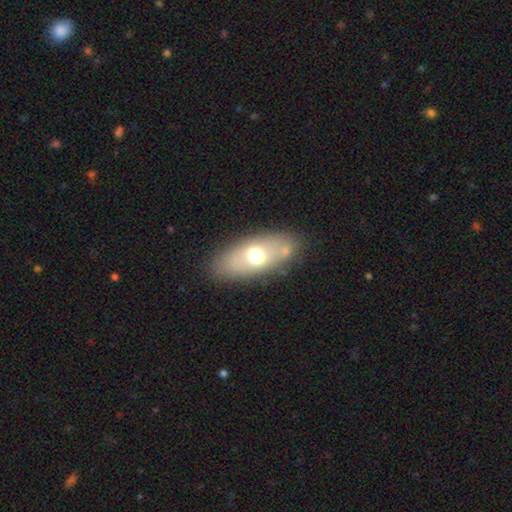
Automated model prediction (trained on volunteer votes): Smooth or featured? Predicted: smooth (p=0.56). How rounded? Predicted: in between (p=0.83). Merging? Predicted: none (p=0.78).